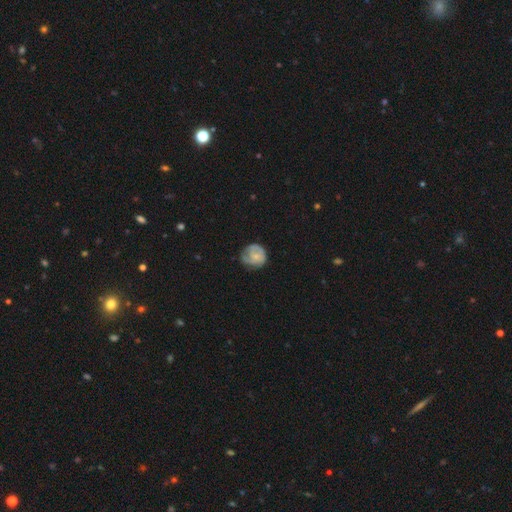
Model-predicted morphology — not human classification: Smooth or featured?
  - featured or disk: 47% *
  - smooth: 46%
  - star or artifact: 7%
Merging?
  - none: 57% *
  - minor disturbance: 29%
  - major disturbance: 13%
  - merger: 2%